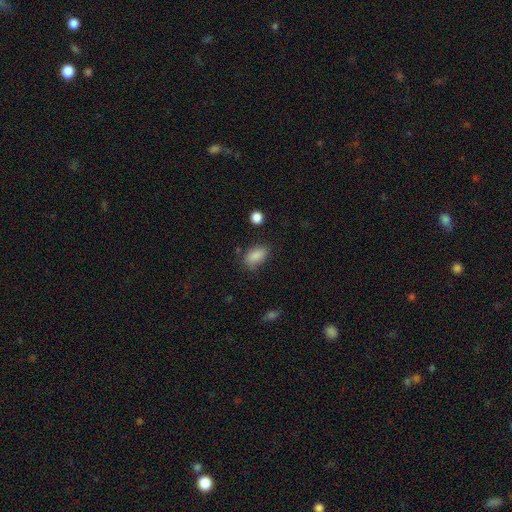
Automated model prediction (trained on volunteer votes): This is clearly a smooth galaxy (86%). How rounded: clearly in between (89%). Merging: likely none (70%).